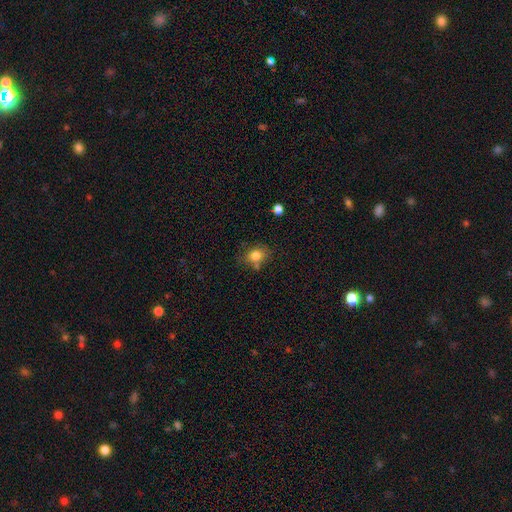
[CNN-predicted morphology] Overall: smooth (80%). How rounded: in between (50%; round 49%). Merging: none (66%).